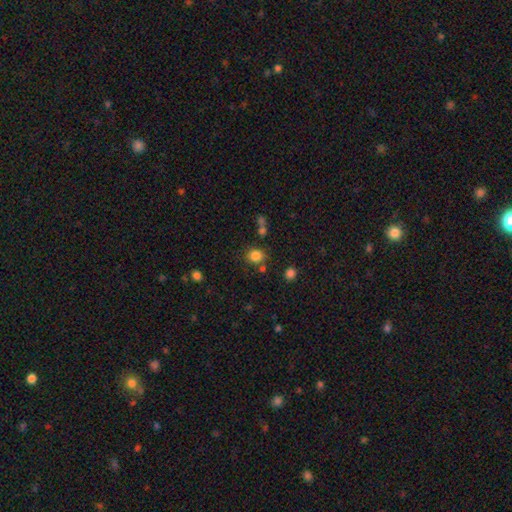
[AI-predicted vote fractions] Smooth or featured?
  - smooth: 82% *
  - star or artifact: 13%
  - featured or disk: 5%
How rounded?
  - round: 75% *
  - in between: 24%
  - cigar-shaped: 1%
Merging?
  - none: 74% *
  - minor disturbance: 12%
  - merger: 10%
  - major disturbance: 4%